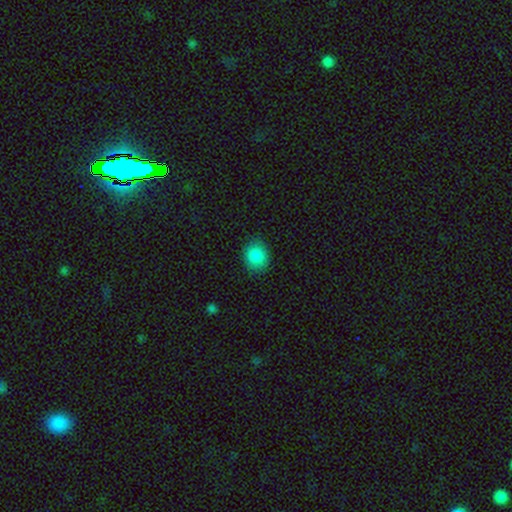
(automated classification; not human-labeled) Morphology: type=smooth (88%); roundness=round (66%); merging=none (84%).